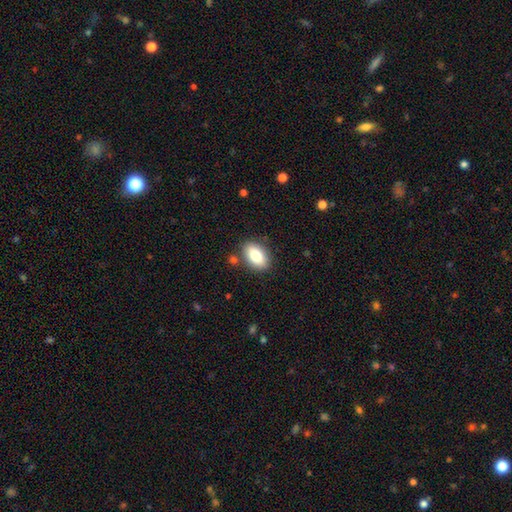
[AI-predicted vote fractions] Morphology: type=smooth (81%); roundness=in between (90%); merging=none (84%).